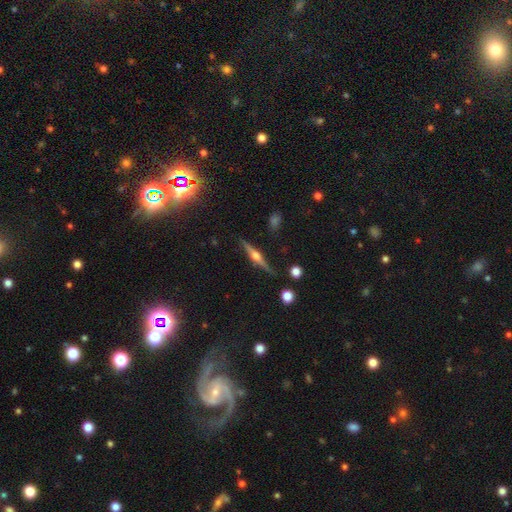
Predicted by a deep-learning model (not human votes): This appears to be a featured or disk galaxy (79%) viewed edge-on (98%) with a rounded central bulge (93%). Merging: none (87%).